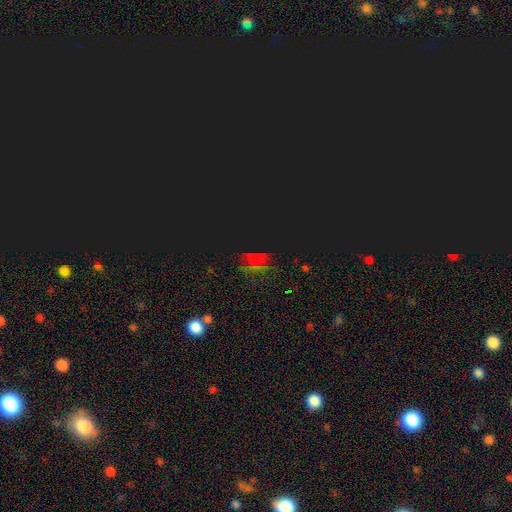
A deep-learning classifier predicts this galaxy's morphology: type=star or artifact (73%).